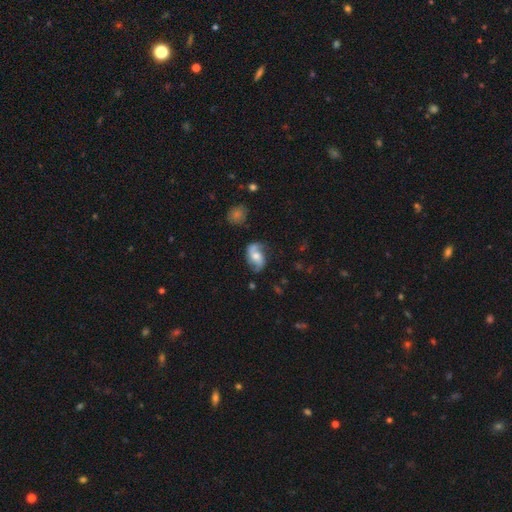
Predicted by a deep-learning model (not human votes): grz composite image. It shows a featured or disk galaxy (70%) with no bar (57%), 2 (89%) loose (59%) spiral arms (92%) and a moderate central bulge (58%). Merging: none (64%).